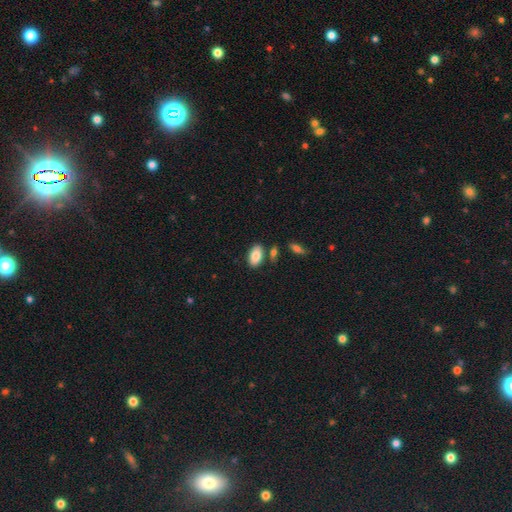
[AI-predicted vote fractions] A smooth galaxy with no disk features (86%) that is in between round and cigar-shaped (93%). Merging: none (80%).